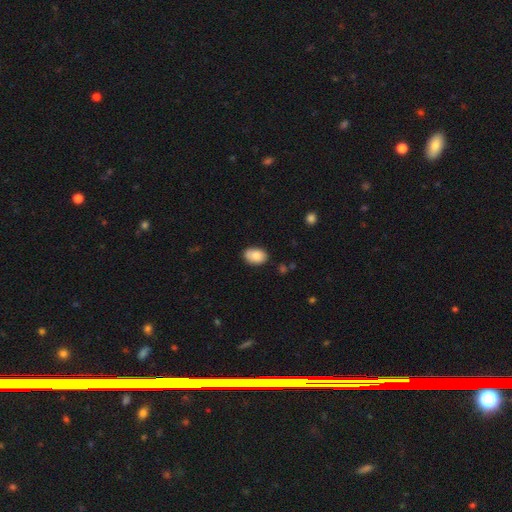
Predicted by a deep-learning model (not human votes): Q: Smooth or featured?
A: smooth (85%); runner-up: featured or disk (8%)
Q: How rounded?
A: in between (87%); runner-up: round (12%)
Q: Merging?
A: none (82%); runner-up: minor disturbance (14%)